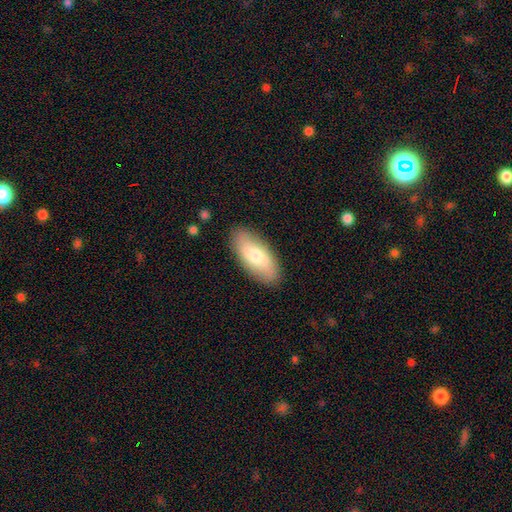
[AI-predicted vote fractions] smooth-or-featured: smooth: 66% | featured or disk: 28% | star or artifact: 6%
  how-rounded: in between: 86% | cigar-shaped: 11% | round: 2%
  merging: none: 88% | minor disturbance: 9% | major disturbance: 2% | merger: 1%